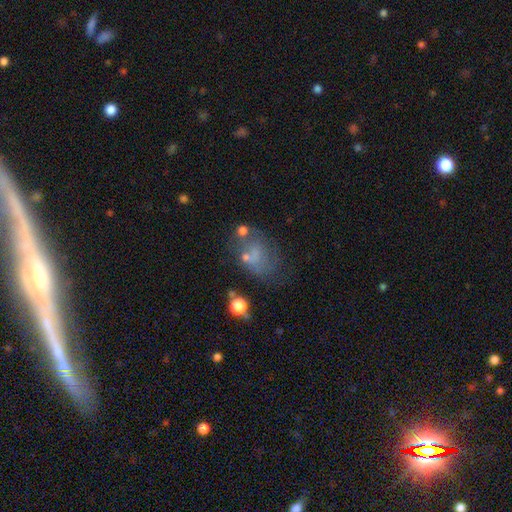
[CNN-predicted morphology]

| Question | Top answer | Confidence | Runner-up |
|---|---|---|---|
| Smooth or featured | smooth | 43% | featured or disk (37%) |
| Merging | none | 41% | major disturbance (25%) |